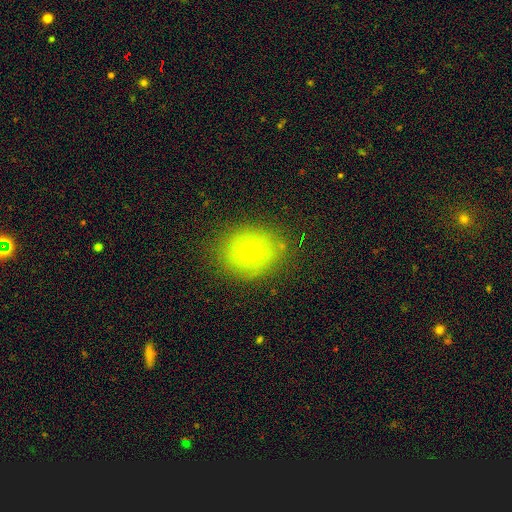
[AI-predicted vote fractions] Smooth or featured? Predicted: smooth (p=0.71). How rounded? Predicted: round (p=0.64). Merging? Predicted: none (p=0.74).